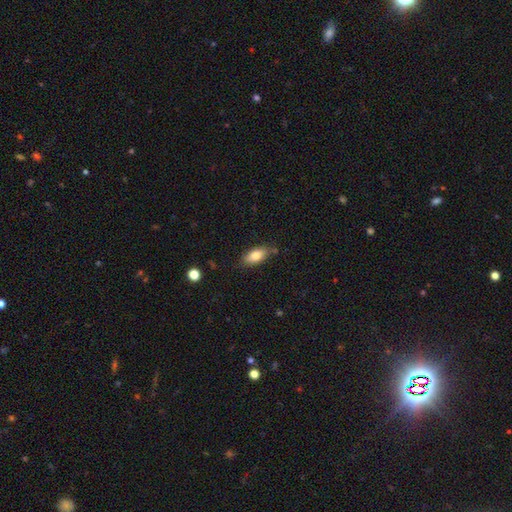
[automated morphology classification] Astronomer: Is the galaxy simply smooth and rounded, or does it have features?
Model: smooth — 80%.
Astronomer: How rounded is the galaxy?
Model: in between — 87%.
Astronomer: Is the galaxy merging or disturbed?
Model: none — 77%.